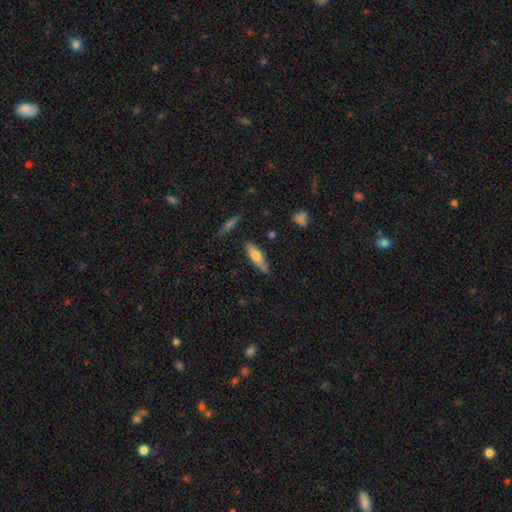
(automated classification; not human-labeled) A smooth galaxy with no disk features (70%) that is in between round and cigar-shaped (54%).

Vote fractions:
- Smooth or featured? smooth: 70% / featured or disk: 24% / star or artifact: 6%
- How rounded? in between: 54% / cigar-shaped: 44% / round: 2%
- Merging? none: 69% / minor disturbance: 23% / major disturbance: 4% / merger: 4%